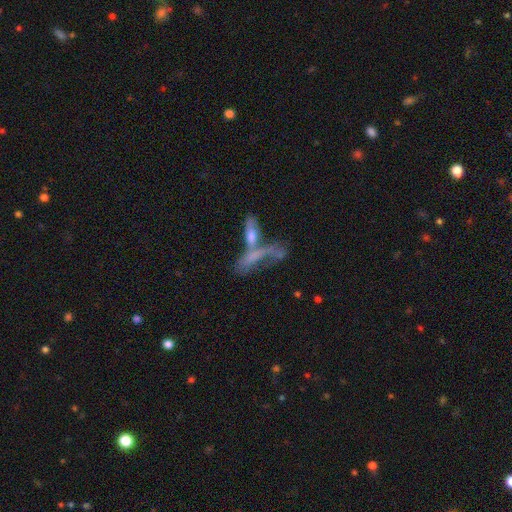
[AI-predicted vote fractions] This is marginally a smooth galaxy (44%). Merging: possibly merger (52%).